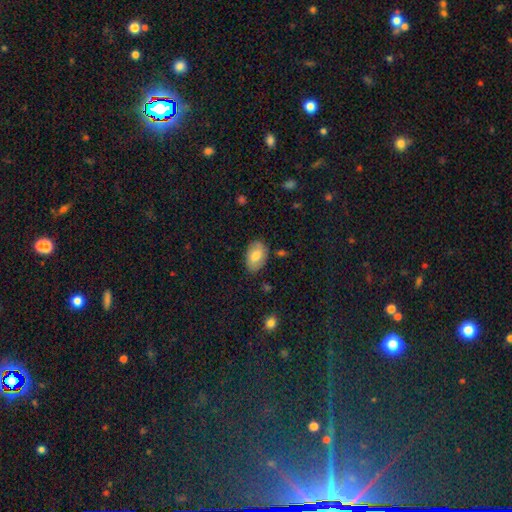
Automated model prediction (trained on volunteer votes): The model was most divided on "smooth or featured": smooth: 70%, featured or disk: 23%, star or artifact: 7%. More confident: how rounded — in between (89%); merging — none (80%).